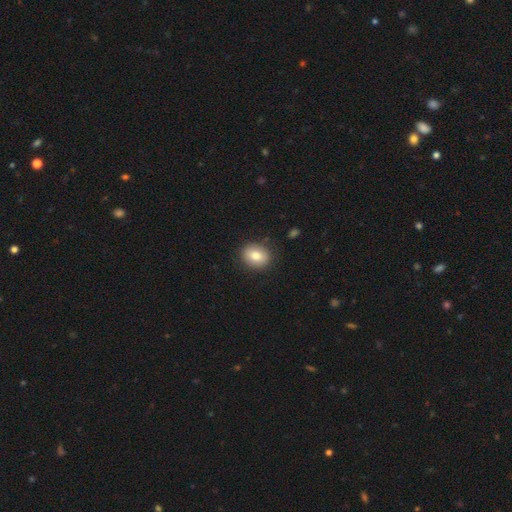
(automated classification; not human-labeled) Q: Smooth or featured?
A: smooth (81%); runner-up: featured or disk (10%)
Q: How rounded?
A: round (59%); runner-up: in between (40%)
Q: Merging?
A: none (87%); runner-up: minor disturbance (9%)